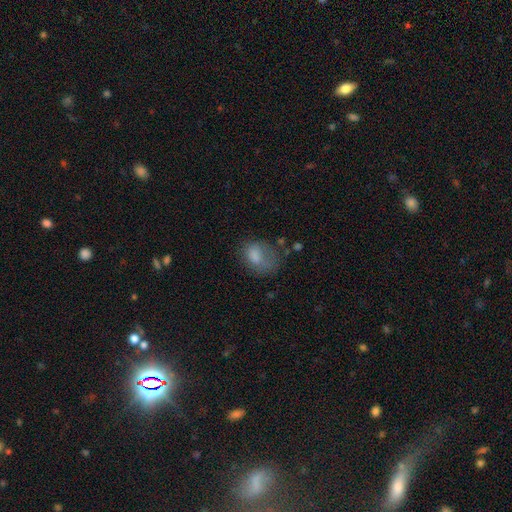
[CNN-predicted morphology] A smooth galaxy with no disk features (74%) that is in between round and cigar-shaped (66%). Merging: none (35%).